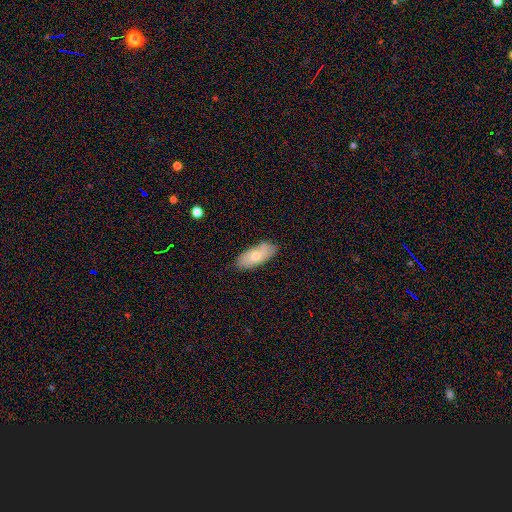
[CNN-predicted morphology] This appears to be a smooth galaxy with no disk features (68%) that is in between round and cigar-shaped (86%). Merging: none (76%).